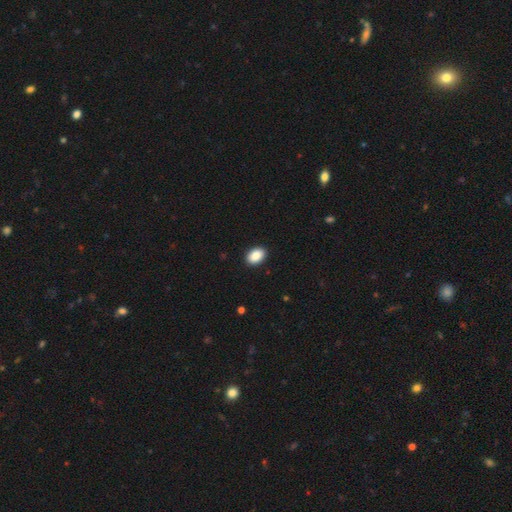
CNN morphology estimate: Smooth or featured? smooth (89%)
How rounded? in between (87%)
Merging? none (91%)